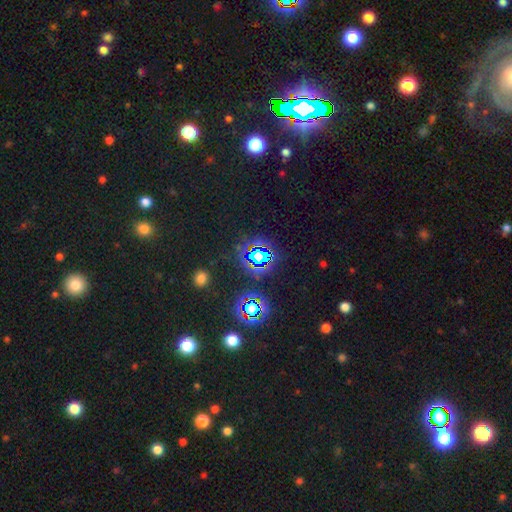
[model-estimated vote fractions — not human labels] Smooth or featured?
  - star or artifact: 78% *
  - smooth: 15%
  - featured or disk: 8%